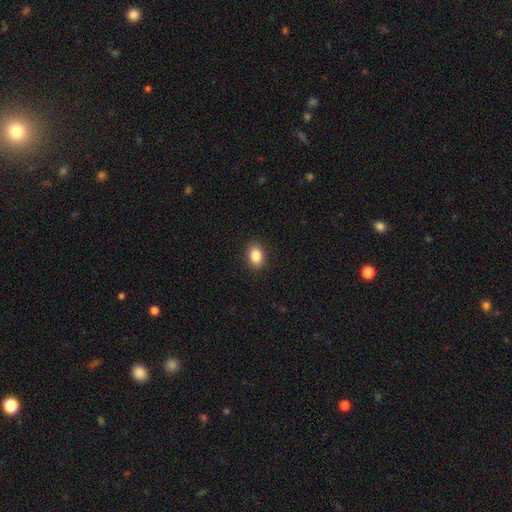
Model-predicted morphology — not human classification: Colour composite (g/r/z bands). It shows a smooth galaxy with no disk features (86%) that is in between round and cigar-shaped (74%). Merging: none (90%).